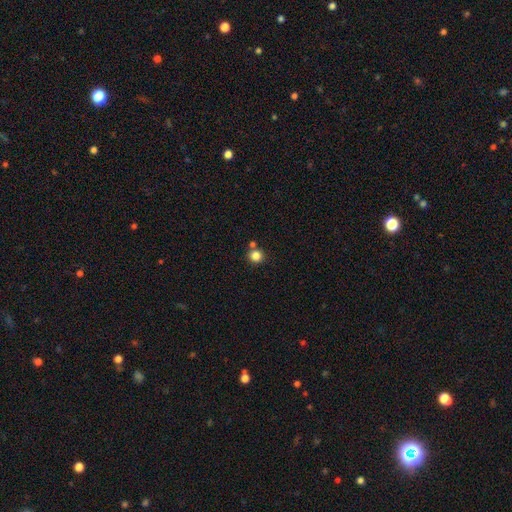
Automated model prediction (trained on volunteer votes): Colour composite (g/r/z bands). It shows a smooth galaxy with no disk features (84%) that is round (93%). Merging: none (77%).